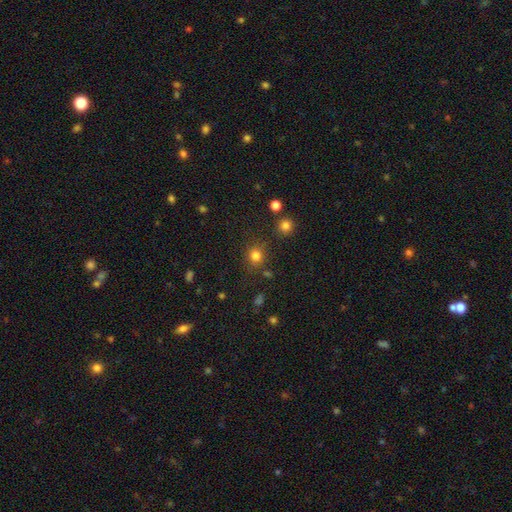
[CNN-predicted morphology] smooth-or-featured: smooth: 80% | star or artifact: 15% | featured or disk: 5%
  how-rounded: round: 82% | in between: 17% | cigar-shaped: 1%
  merging: none: 81% | minor disturbance: 10% | merger: 5% | major disturbance: 4%